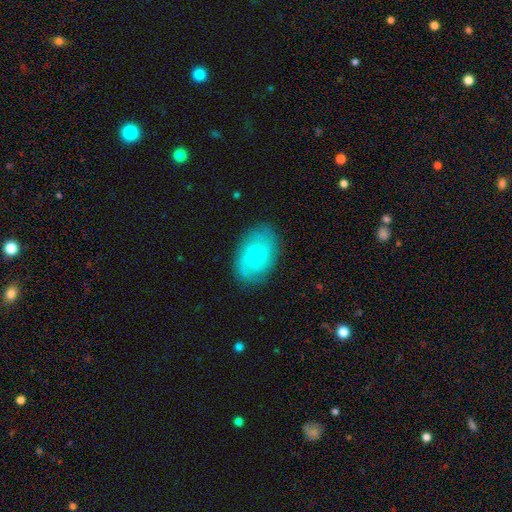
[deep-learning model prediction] A featured or disk galaxy (47%). Merging: none (81%).